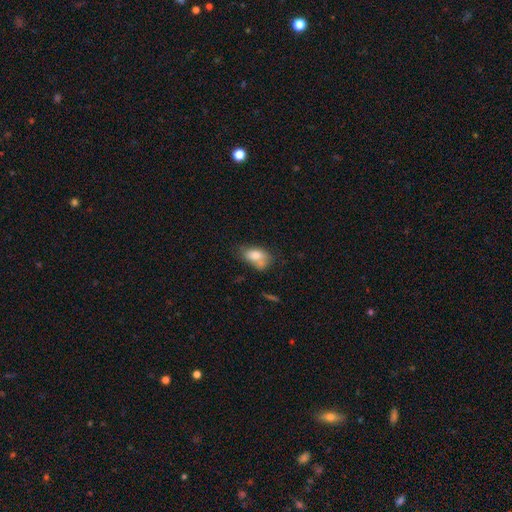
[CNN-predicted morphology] Q: Smooth or featured?
A: smooth (77%); runner-up: featured or disk (15%)
Q: How rounded?
A: in between (88%); runner-up: round (10%)
Q: Merging?
A: none (43%); runner-up: minor disturbance (32%)